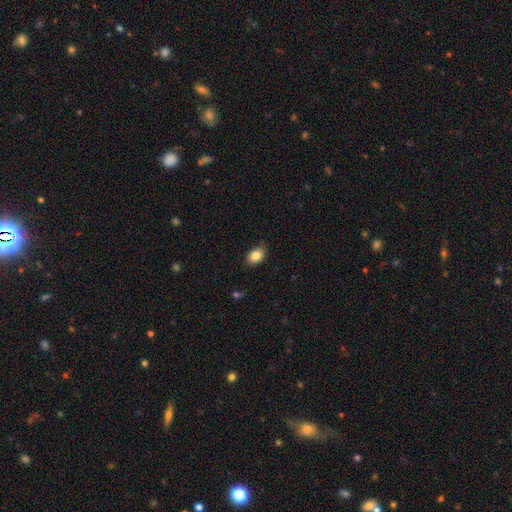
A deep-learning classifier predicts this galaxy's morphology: Q: Smooth or featured?
A: smooth (84%); runner-up: star or artifact (8%)
Q: How rounded?
A: in between (78%); runner-up: round (21%)
Q: Merging?
A: none (80%); runner-up: minor disturbance (17%)